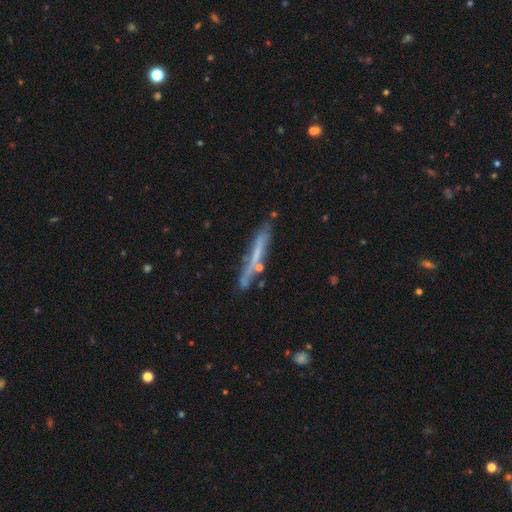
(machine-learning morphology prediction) smooth-or-featured: featured or disk: 51% | smooth: 41% | star or artifact: 8%
  disk-edge-on: yes: 85% | no: 15%
  merging: none: 73% | minor disturbance: 17% | merger: 5% | major disturbance: 5%